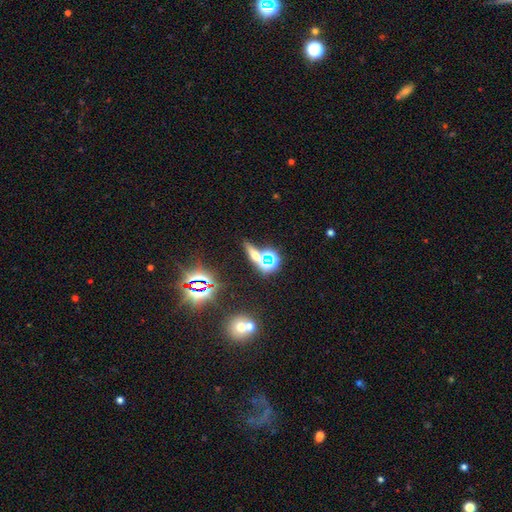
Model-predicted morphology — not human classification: Overall: star or artifact (44%; smooth 37%).